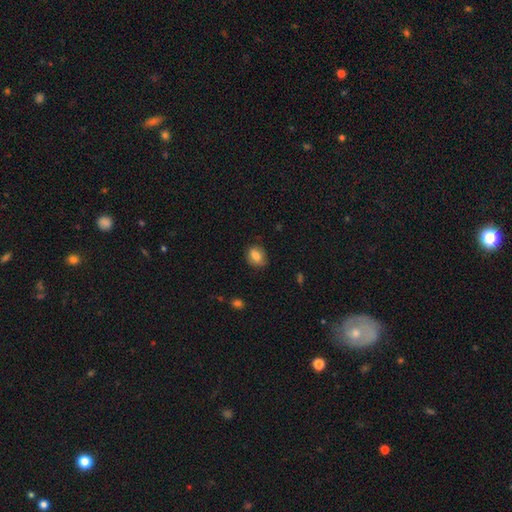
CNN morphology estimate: This appears to be a smooth galaxy with no disk features (80%) that is in between round and cigar-shaped (50%). Merging: none (74%).